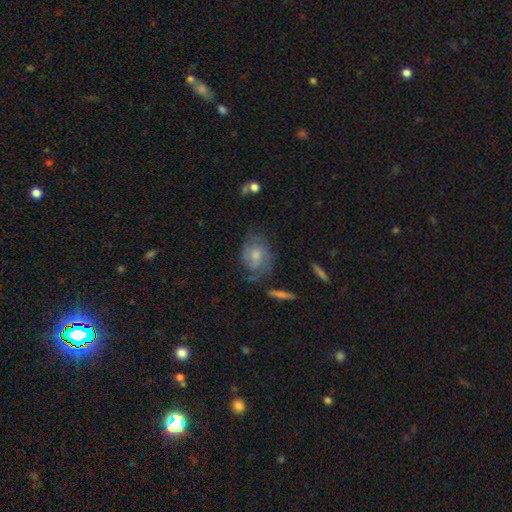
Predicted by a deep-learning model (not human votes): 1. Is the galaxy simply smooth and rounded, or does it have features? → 49% featured or disk, 42% smooth, 8% star or artifact.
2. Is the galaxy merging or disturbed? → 51% none, 27% minor disturbance, 18% major disturbance, 4% merger.